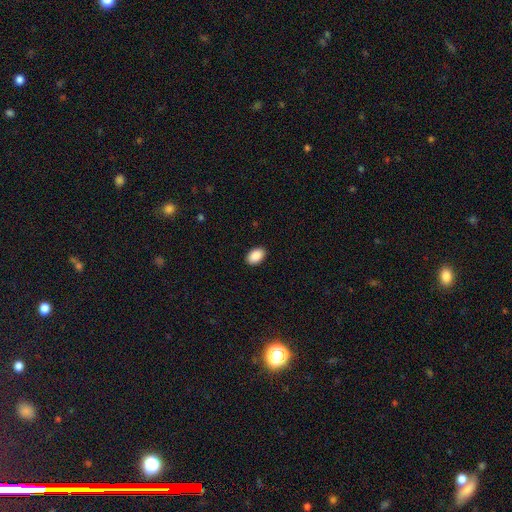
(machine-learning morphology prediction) Smooth or featured? smooth (90%)
How rounded? in between (89%)
Merging? none (90%)